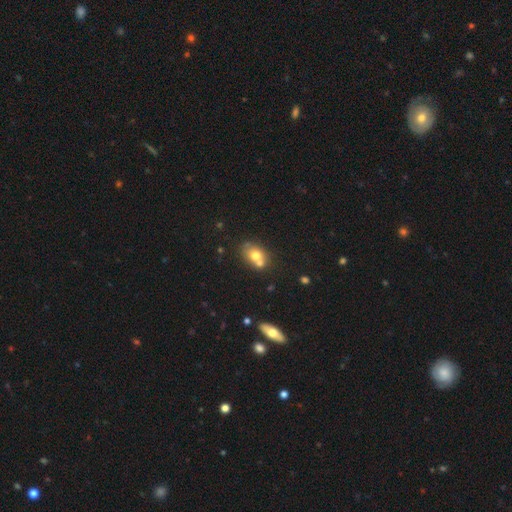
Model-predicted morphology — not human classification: type=smooth (67%); roundness=in between (55%); merging=merger (43%).